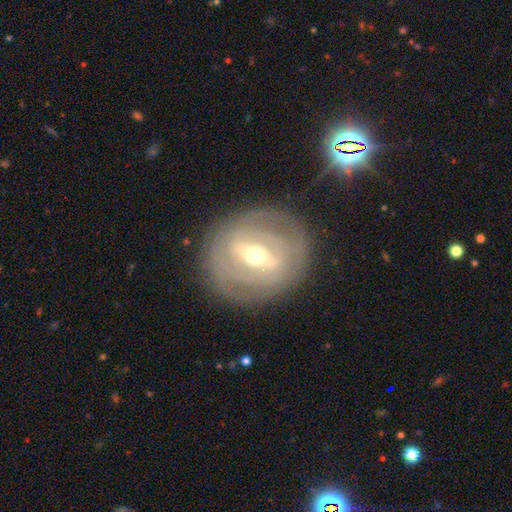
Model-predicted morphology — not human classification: Overall: featured or disk (77%). Edge-on disk: no (90%). Bar: strong (57%; weak 30%). Spiral arms: yes (55%; no 45%). Bulge size: moderate (60%; small 33%). Merging: none (82%).